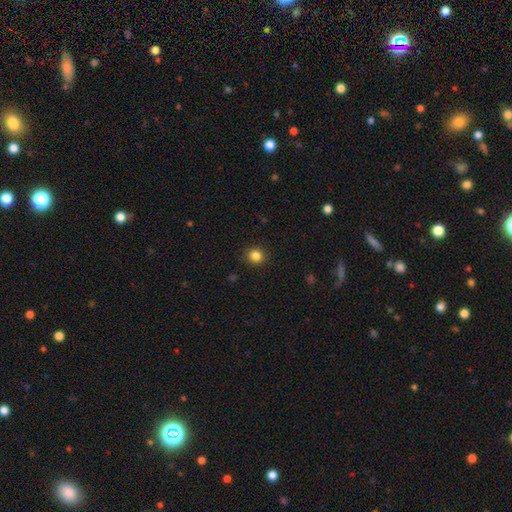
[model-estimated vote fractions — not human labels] Q: Smooth or featured?
A: smooth (84%); runner-up: star or artifact (12%)
Q: How rounded?
A: round (92%); runner-up: in between (7%)
Q: Merging?
A: none (92%); runner-up: minor disturbance (6%)